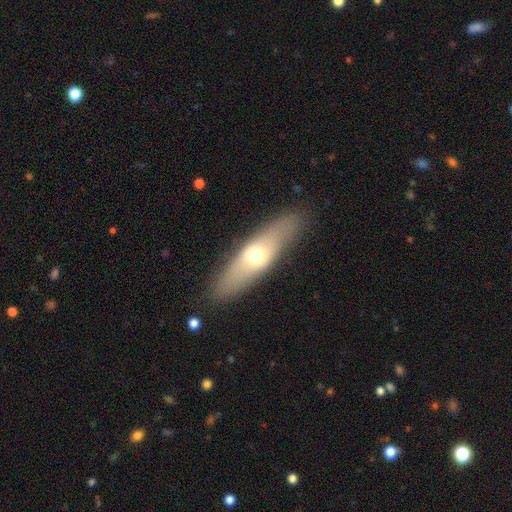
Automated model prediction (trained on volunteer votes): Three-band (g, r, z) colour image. It shows a smooth galaxy with no disk features (51%) that is cigar-shaped (55%). Merging: none (86%).